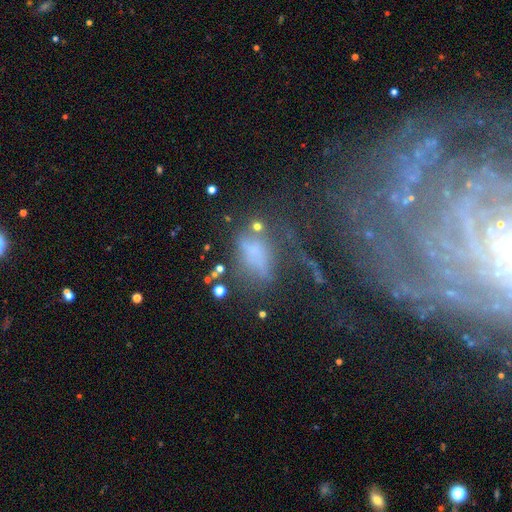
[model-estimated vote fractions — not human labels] A featured or disk galaxy (38%, tied with smooth).

Vote fractions:
- Smooth or featured? featured or disk: 38% (tied) / smooth: 38% (tied) / star or artifact: 25%
- Merging? none: 34% / major disturbance: 32% / minor disturbance: 22% / merger: 12%